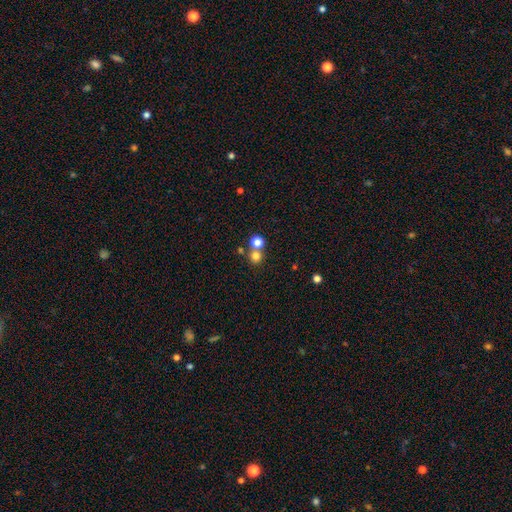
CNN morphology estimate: Smooth or featured? smooth (76%)
How rounded? round (90%)
Merging? none (59%)